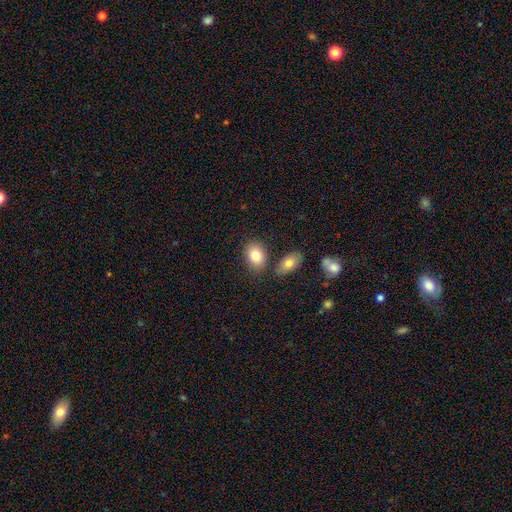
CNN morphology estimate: A smooth galaxy with no disk features (82%) that is in between round and cigar-shaped (78%). Merging: none (70%).